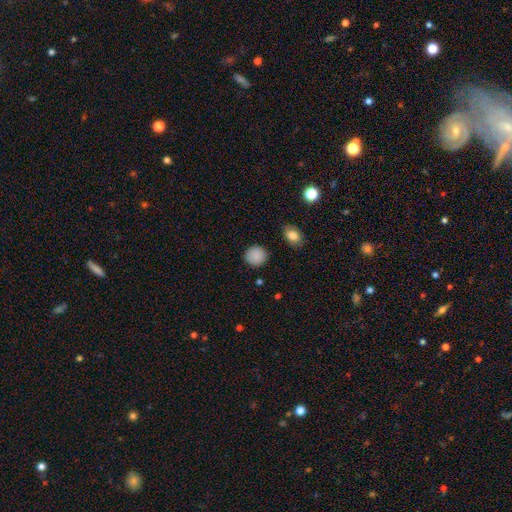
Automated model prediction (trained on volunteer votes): The model was most divided on "how rounded": round: 88%, in between: 11%, cigar-shaped: 1%. More confident: smooth or featured — smooth (88%); merging — none (88%).